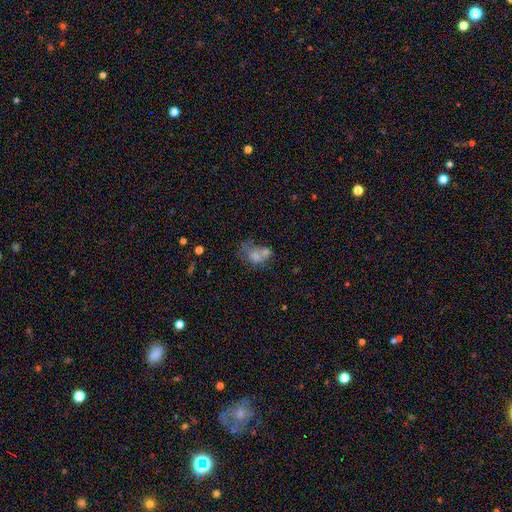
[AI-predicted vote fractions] smooth_or_featured: smooth (p=0.53) [alt: featured or disk p=0.28]
how_rounded: in between (p=0.67) [alt: round p=0.31]
merging: merger (p=0.43) [alt: none p=0.25]